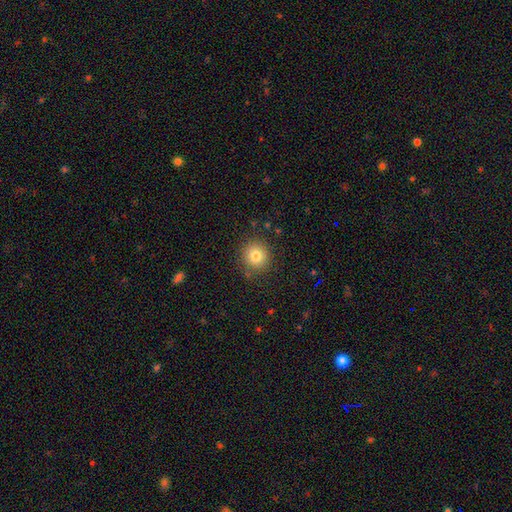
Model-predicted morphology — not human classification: smooth 80%, star or artifact 12%, featured or disk 8%. Down the decision tree: how rounded — round (91%); merging — none (85%).